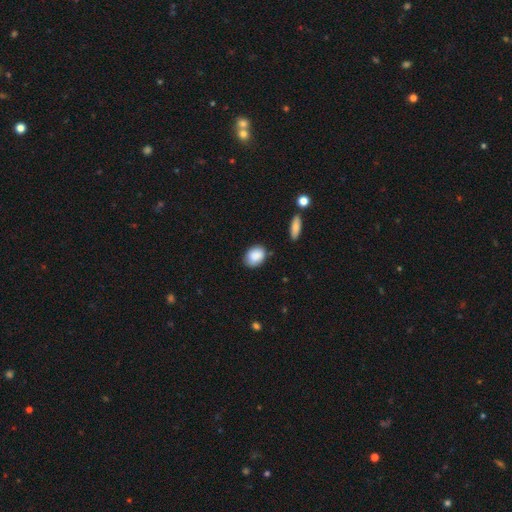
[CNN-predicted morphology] Smooth or featured?
  - smooth: 87% *
  - star or artifact: 7%
  - featured or disk: 5%
How rounded?
  - in between: 69% *
  - round: 30%
  - cigar-shaped: 1%
Merging?
  - none: 74% *
  - minor disturbance: 19%
  - major disturbance: 3%
  - merger: 3%